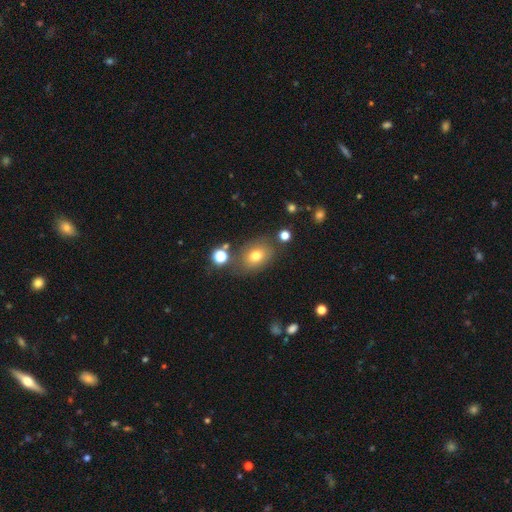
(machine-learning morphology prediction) Overall: smooth (73%). How rounded: in between (65%; round 34%). Merging: none (71%).